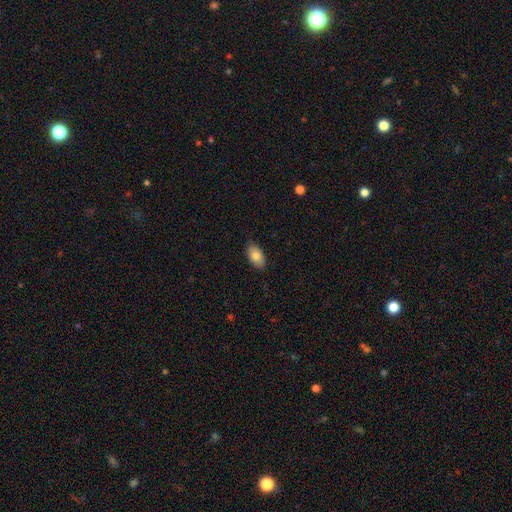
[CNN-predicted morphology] Overall: smooth (81%). How rounded: in between (94%). Merging: none (87%).